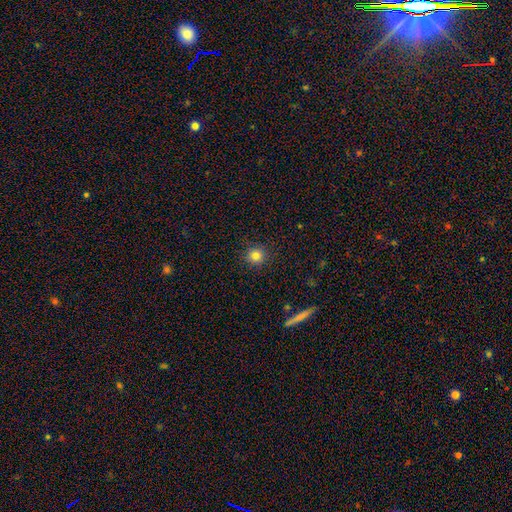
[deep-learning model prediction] Morphology: type=smooth (82%); roundness=round (93%); merging=none (91%).